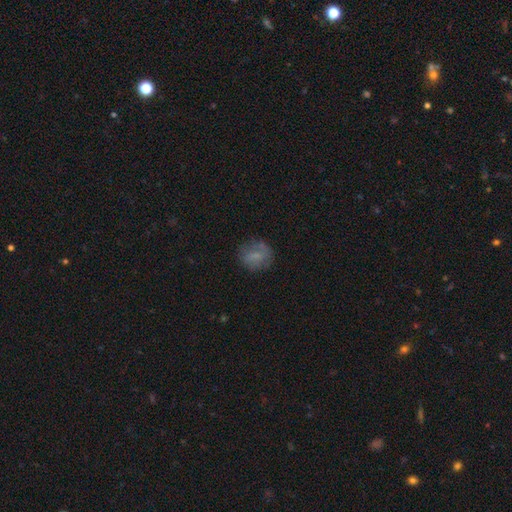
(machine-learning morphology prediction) This appears to be a smooth galaxy with no disk features (65%) that is round (74%). Merging: none (72%).